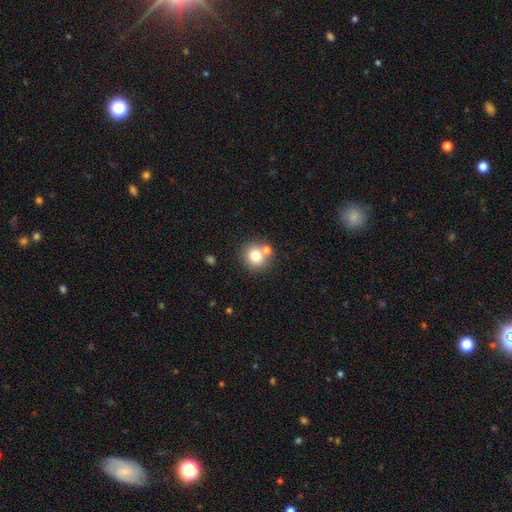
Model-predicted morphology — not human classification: smooth-or-featured: smooth: 77% | star or artifact: 12% | featured or disk: 11%
  how-rounded: round: 85% | in between: 14% | cigar-shaped: 1%
  merging: none: 65% | merger: 24% | minor disturbance: 9% | major disturbance: 3%